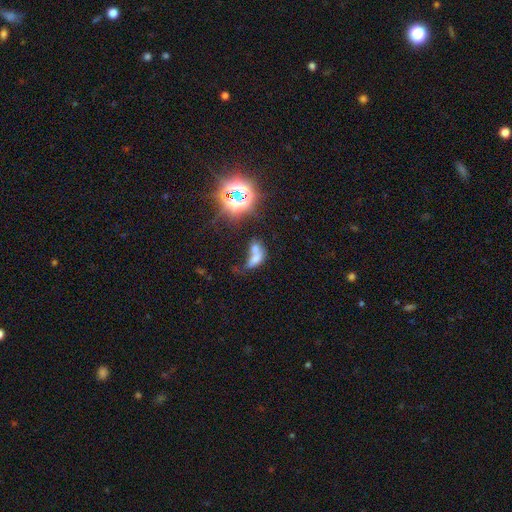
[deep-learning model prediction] A smooth galaxy with no disk features (52%) that is in between round and cigar-shaped (77%).

Vote fractions:
- Smooth or featured? smooth: 52% / featured or disk: 26% / star or artifact: 23%
- How rounded? in between: 77% / round: 18% / cigar-shaped: 5%
- Merging? merger: 68% / none: 15% / major disturbance: 10% / minor disturbance: 7%